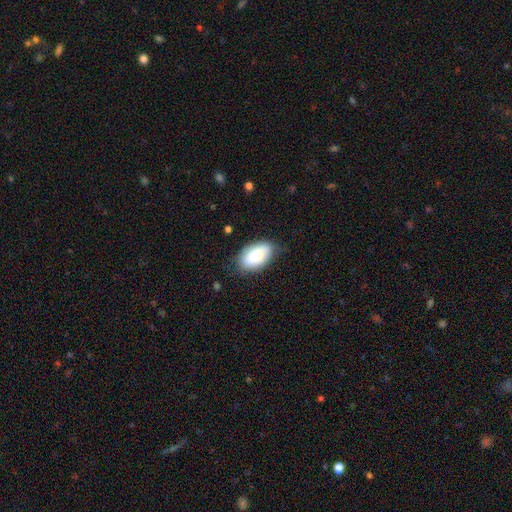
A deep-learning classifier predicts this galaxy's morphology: smooth-or-featured: smooth: 82% | featured or disk: 12% | star or artifact: 6%
  how-rounded: in between: 93% | round: 5% | cigar-shaped: 1%
  merging: none: 76% | minor disturbance: 19% | major disturbance: 4% | merger: 1%